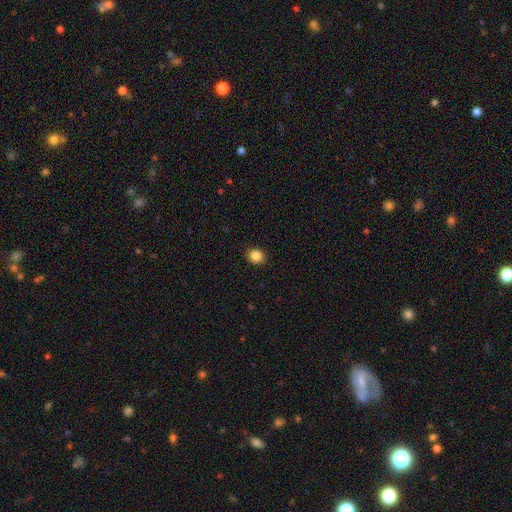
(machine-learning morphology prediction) Overall: smooth (86%). How rounded: round (67%; in between 32%). Merging: none (90%).